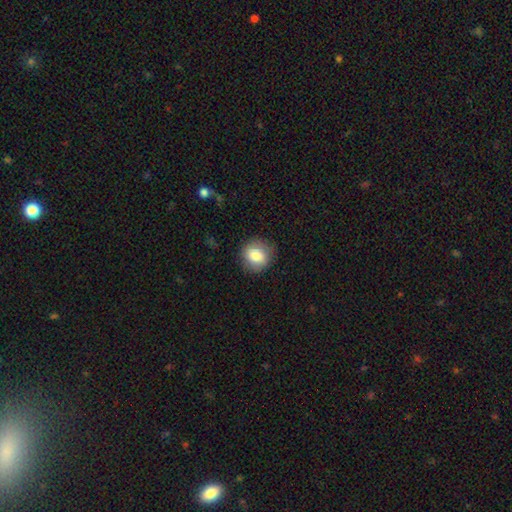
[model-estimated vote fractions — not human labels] Smooth or featured: smooth — 82% (featured or disk — 10%)
How rounded: round — 83% (in between — 16%)
Merging: none — 86% (minor disturbance — 10%)